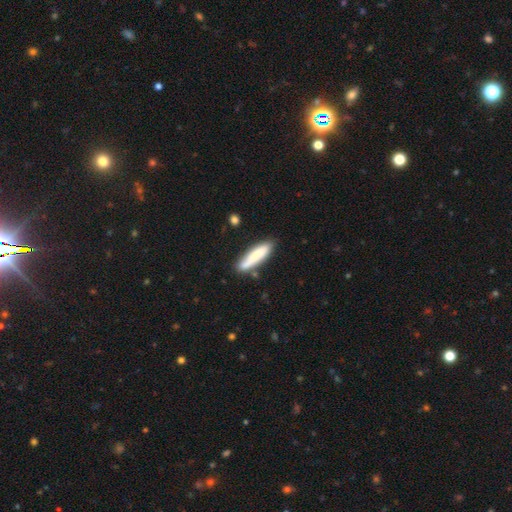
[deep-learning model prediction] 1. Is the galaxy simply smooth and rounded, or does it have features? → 76% smooth, 18% featured or disk, 6% star or artifact.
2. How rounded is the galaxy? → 75% cigar-shaped, 24% in between, 1% round.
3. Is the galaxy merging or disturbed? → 73% none, 17% minor disturbance, 6% merger, 4% major disturbance.